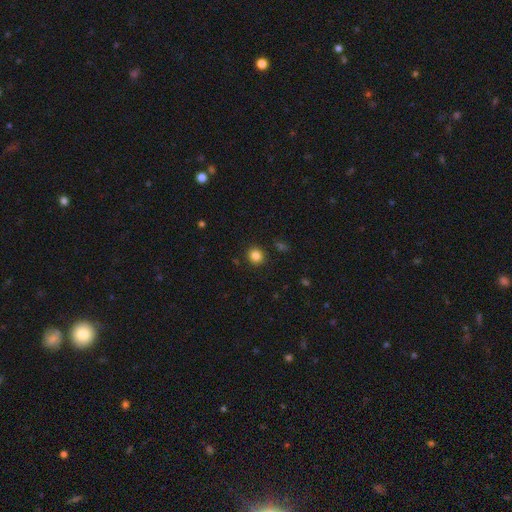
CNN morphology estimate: Smooth or featured?
  - smooth: 84% *
  - star or artifact: 12%
  - featured or disk: 4%
How rounded?
  - round: 85% *
  - in between: 14%
  - cigar-shaped: 1%
Merging?
  - none: 90% *
  - minor disturbance: 6%
  - major disturbance: 2%
  - merger: 2%